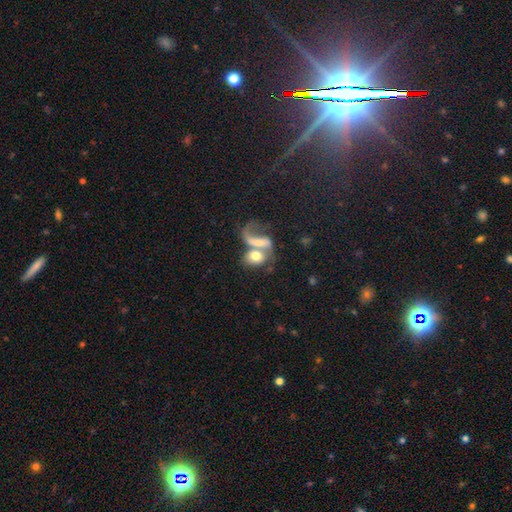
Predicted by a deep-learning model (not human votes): Overall: smooth (58%; featured or disk 33%). How rounded: in between (69%). Merging: merger (67%).